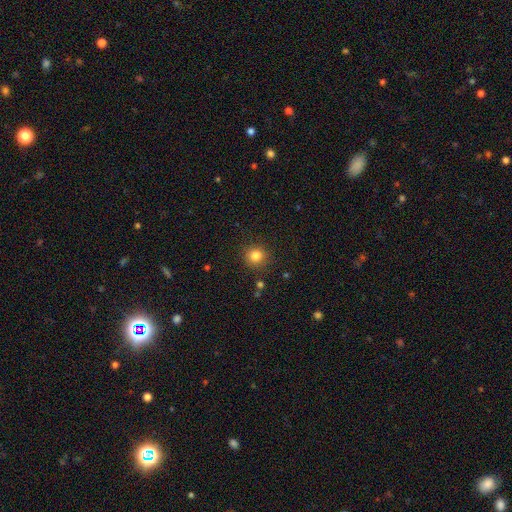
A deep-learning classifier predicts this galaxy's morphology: The model was most divided on "smooth or featured": smooth: 82%, star or artifact: 12%, featured or disk: 6%. More confident: how rounded — round (92%); merging — none (89%).